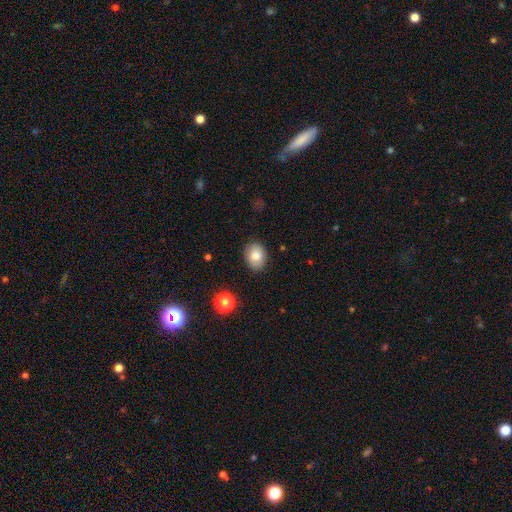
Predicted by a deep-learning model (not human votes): A smooth galaxy with no disk features (81%) that is in between round and cigar-shaped (67%). Merging: none (86%).